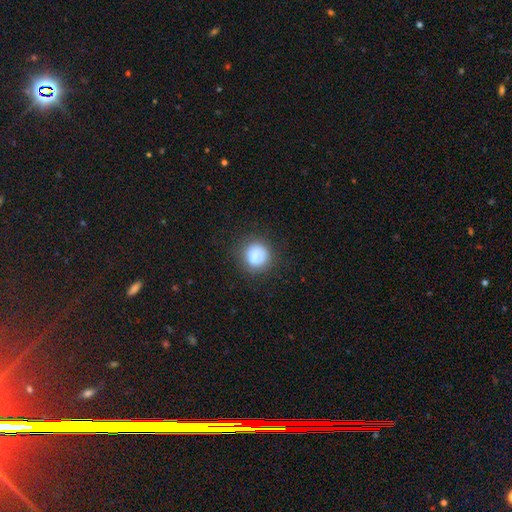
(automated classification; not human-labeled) Overall: smooth (79%). How rounded: round (89%). Merging: none (75%).